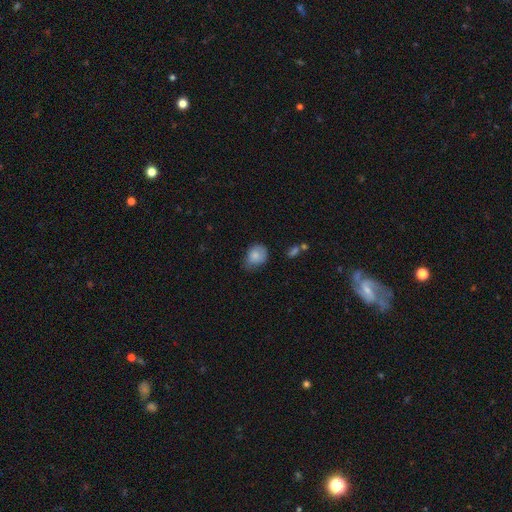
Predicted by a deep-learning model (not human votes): The model was most divided on "how rounded": in between: 52%, round: 47%, cigar-shaped: 1%. More confident: smooth or featured — smooth (83%); merging — none (51%).